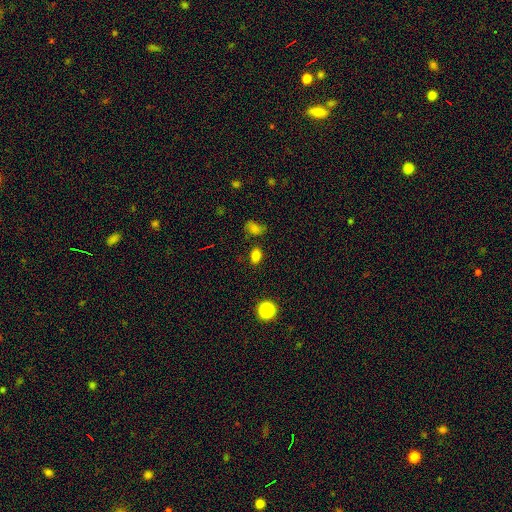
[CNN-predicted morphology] smooth 79%, star or artifact 15%, featured or disk 6%. Down the decision tree: how rounded — in between (77%); merging — none (81%).